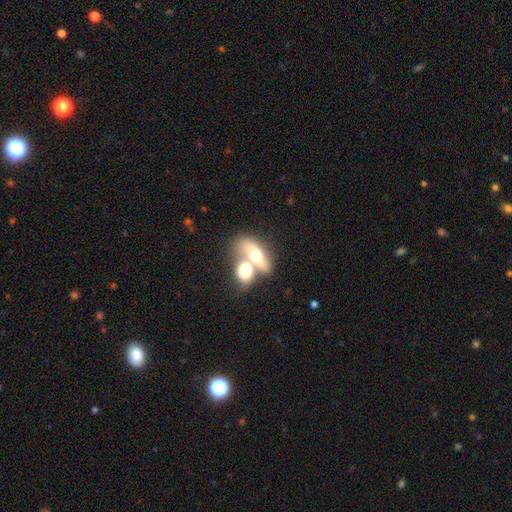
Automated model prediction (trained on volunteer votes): A smooth galaxy with no disk features (58%) that is in between round and cigar-shaped (73%). Merging: merger (70%).